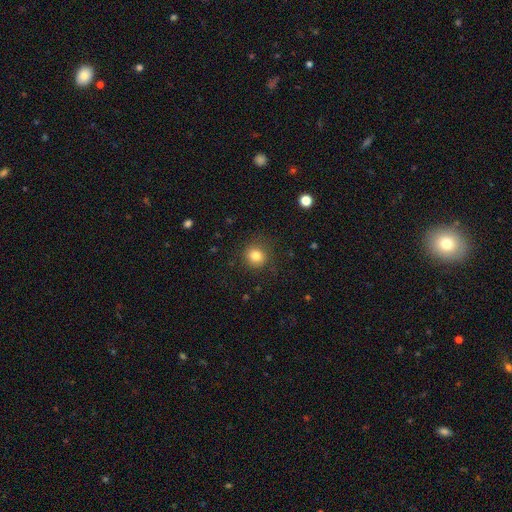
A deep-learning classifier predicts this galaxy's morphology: A smooth galaxy with no disk features (81%) that is round (89%).

Vote fractions:
- Smooth or featured? smooth: 81% / star or artifact: 12% / featured or disk: 7%
- How rounded? round: 89% / in between: 10% / cigar-shaped: 1%
- Merging? none: 86% / minor disturbance: 9% / major disturbance: 4% / merger: 1%